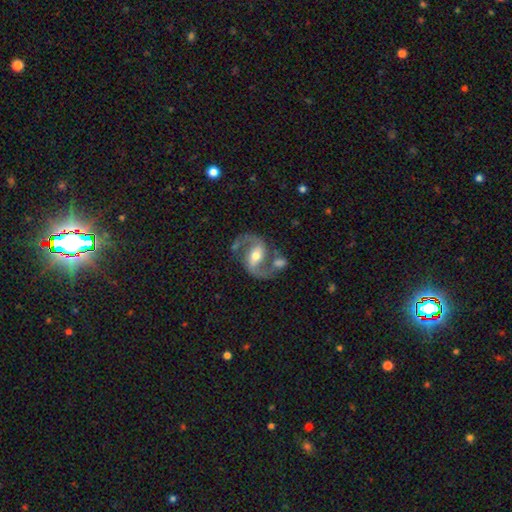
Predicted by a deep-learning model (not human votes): Smooth or featured?
  - featured or disk: 89% *
  - smooth: 6%
  - star or artifact: 5%
Edge-on disk?
  - no: 97% *
  - yes: 3%
Bar?
  - weak: 39% *
  - strong: 38%
  - no: 23%
Spiral arms?
  - yes: 96% *
  - no: 4%
Spiral winding?
  - medium: 54% *
  - loose: 36%
  - tight: 10%
Spiral arm count?
  - 2: 93% *
  - 1: 2%
  - can't tell: 2%
  - 3: 1%
  - 4: 1%
  - more than 4: 1%
Bulge size?
  - moderate: 67% *
  - small: 23%
  - large: 7%
  - none: 1%
  - dominant: 1%
Merging?
  - none: 61% *
  - merger: 17%
  - minor disturbance: 14%
  - major disturbance: 8%